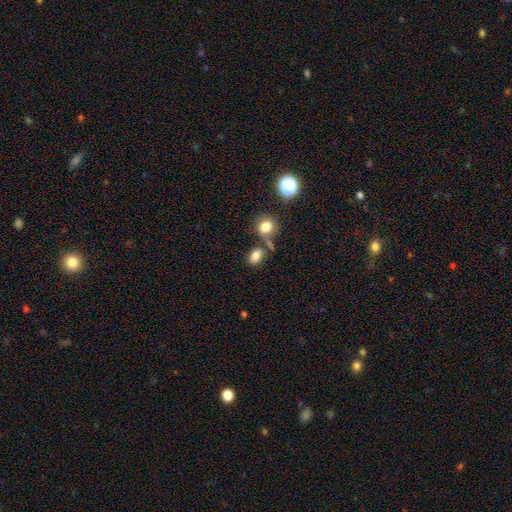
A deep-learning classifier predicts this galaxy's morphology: The model was most divided on "merging": none: 62%, merger: 20%, minor disturbance: 13%, major disturbance: 5%. More confident: smooth or featured — smooth (81%); how rounded — in between (78%).